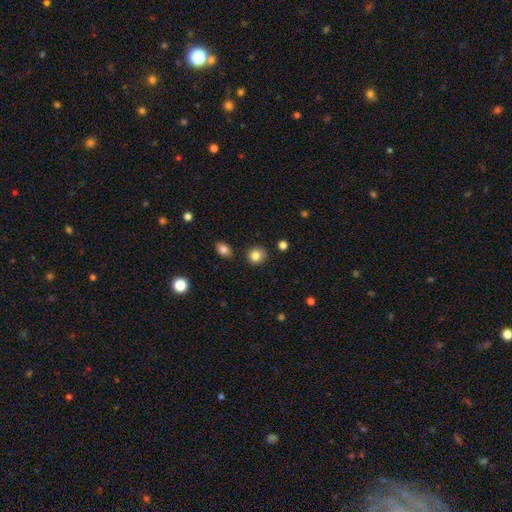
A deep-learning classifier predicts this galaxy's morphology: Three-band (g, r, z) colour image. It shows a smooth galaxy with no disk features (85%) that is round (85%). Merging: none (87%).